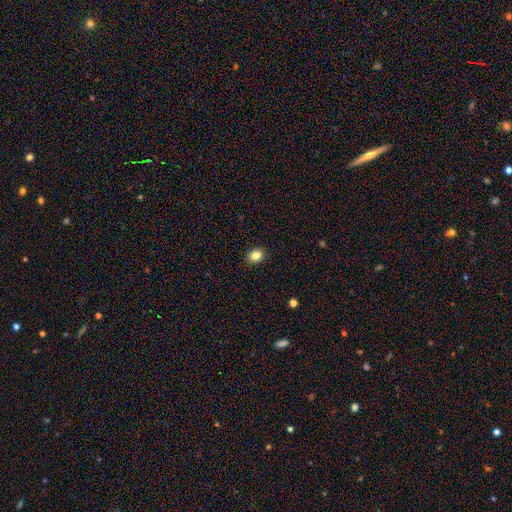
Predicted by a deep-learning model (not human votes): Smooth or featured: smooth — 85% (star or artifact — 10%)
How rounded: in between — 52% (round — 47%)
Merging: none — 91% (minor disturbance — 7%)